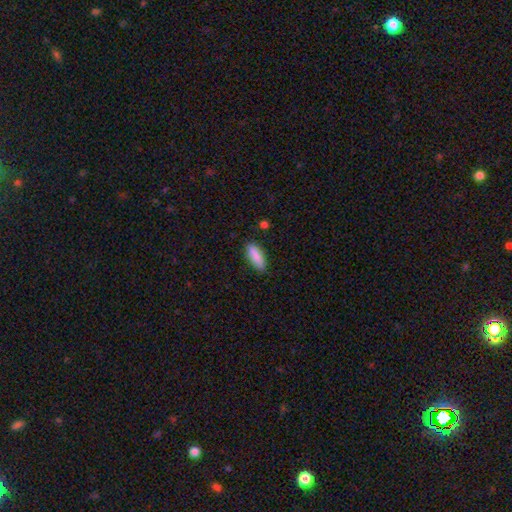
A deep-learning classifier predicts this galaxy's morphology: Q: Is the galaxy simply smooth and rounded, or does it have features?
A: smooth — 88%.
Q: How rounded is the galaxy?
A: in between — 55%.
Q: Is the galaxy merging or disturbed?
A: none — 85%.